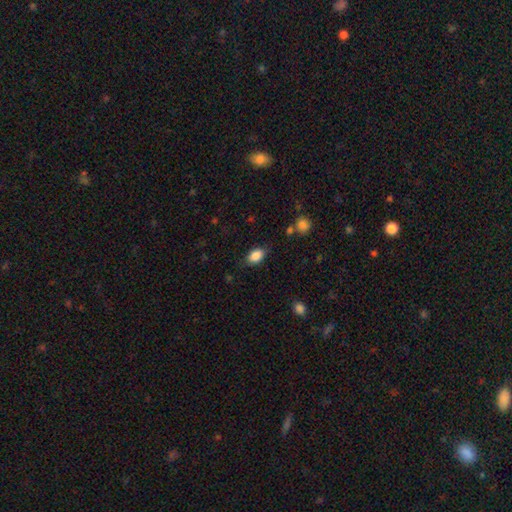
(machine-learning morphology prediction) Overall: smooth (86%). How rounded: in between (89%). Merging: none (79%).